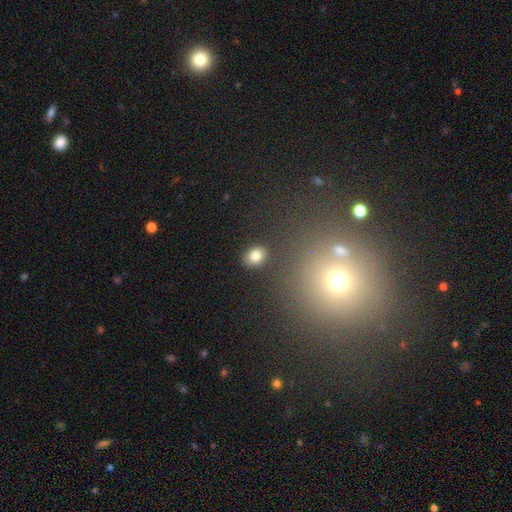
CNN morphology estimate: Smooth or featured?
  - smooth: 81% *
  - star or artifact: 11%
  - featured or disk: 8%
How rounded?
  - in between: 61% *
  - round: 38%
  - cigar-shaped: 1%
Merging?
  - none: 86% *
  - minor disturbance: 9%
  - merger: 3%
  - major disturbance: 3%